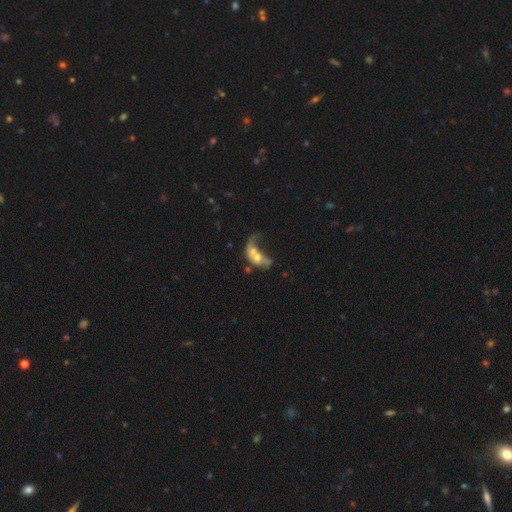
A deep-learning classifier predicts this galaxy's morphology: Smooth or featured? Predicted: featured or disk (p=0.51). Edge-on disk? Predicted: no (p=0.95). Merging? Predicted: merger (p=0.46).